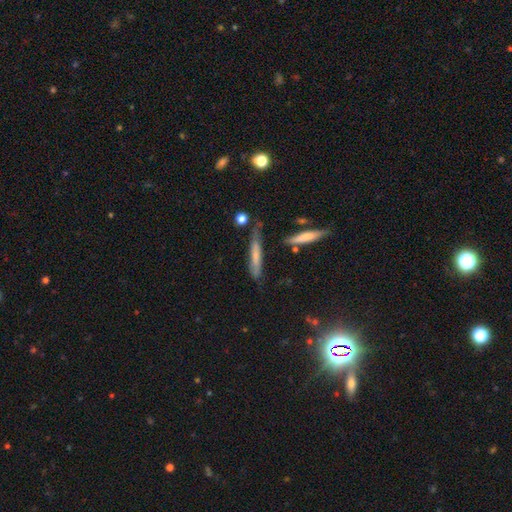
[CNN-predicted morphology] type=smooth (60%); roundness=cigar-shaped (89%); merging=none (64%).